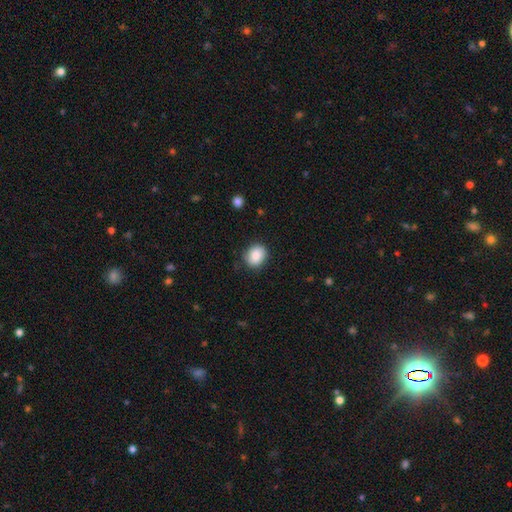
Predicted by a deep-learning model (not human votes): smooth_or_featured: smooth (p=0.85) [alt: star or artifact p=0.08]
how_rounded: round (p=0.62) [alt: in between p=0.37]
merging: none (p=0.82) [alt: minor disturbance p=0.14]